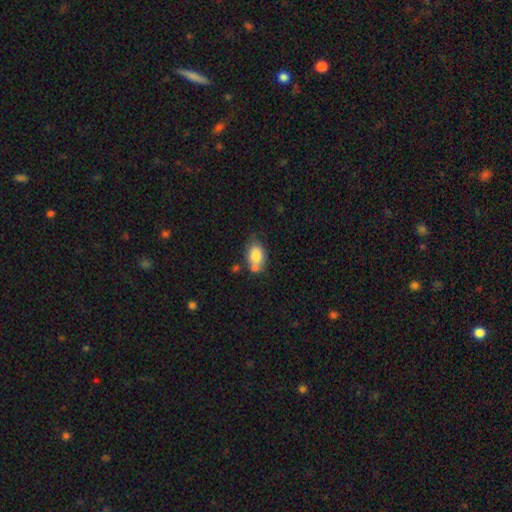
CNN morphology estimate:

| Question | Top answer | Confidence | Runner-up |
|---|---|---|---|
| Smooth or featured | smooth | 81% | featured or disk (11%) |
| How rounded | in between | 79% | round (20%) |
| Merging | none | 52% | merger (22%) |